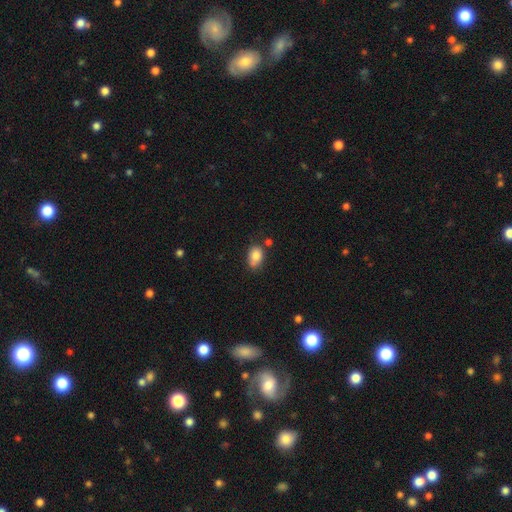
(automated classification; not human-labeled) A smooth galaxy with no disk features (81%) that is in between round and cigar-shaped (76%). Merging: none (54%).